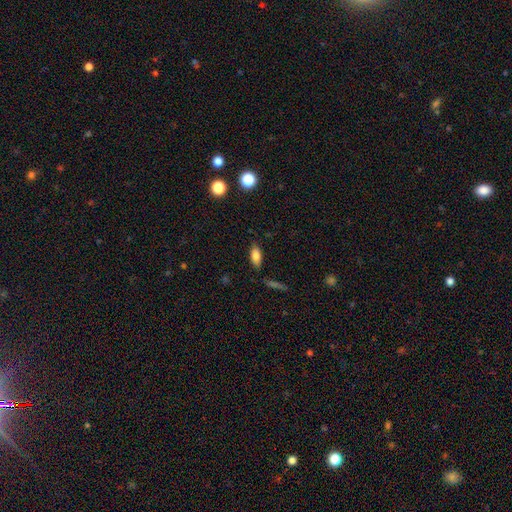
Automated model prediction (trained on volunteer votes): This appears to be a smooth galaxy with no disk features (81%) that is in between round and cigar-shaped (83%). Merging: none (83%).